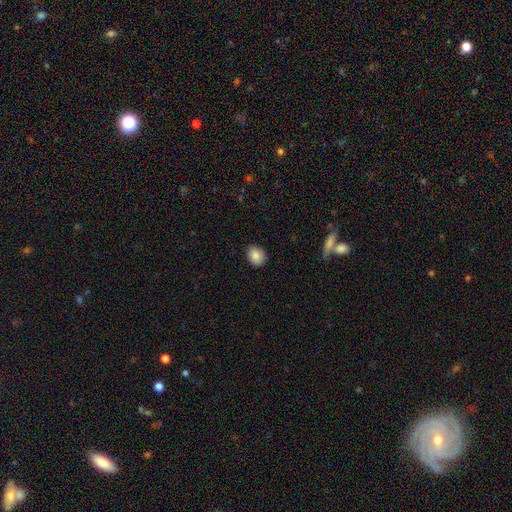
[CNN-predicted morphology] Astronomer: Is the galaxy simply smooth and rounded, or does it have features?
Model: smooth — 86%.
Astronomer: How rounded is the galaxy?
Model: in between — 51% (runner-up: round, 48%).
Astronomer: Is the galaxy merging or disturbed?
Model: none — 85%.